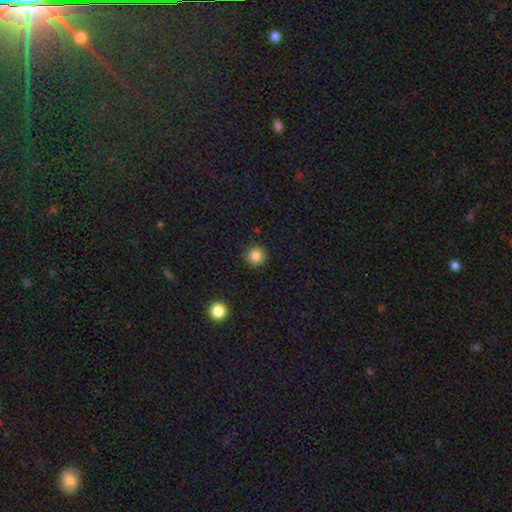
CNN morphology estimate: Overall: smooth (84%). How rounded: round (95%). Merging: none (91%).